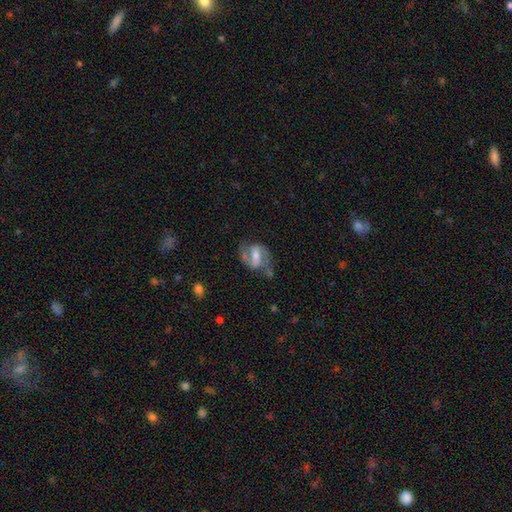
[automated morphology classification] This is likely a featured or disk galaxy (80%). It is clearly not viewed edge-on (97%). Bar: marginally strong (43%). Spiral arm pattern: clearly yes (93%). Spiral arm count: clearly 2 (89%). Spiral winding: possibly medium (53%). Central bulge: possibly moderate (49%). Merging: likely none (62%).